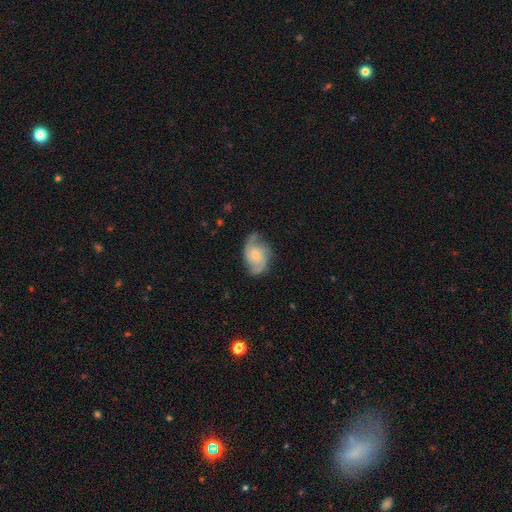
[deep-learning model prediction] Overall: featured or disk (71%). Edge-on disk: no (97%). Bar: no (68%; weak 29%). Spiral arms: yes (93%). Spiral arm count: 2 (70%). Spiral winding: medium (47%; tight 30%). Bulge size: small (54%; moderate 37%). Merging: none (63%; minor disturbance 26%).